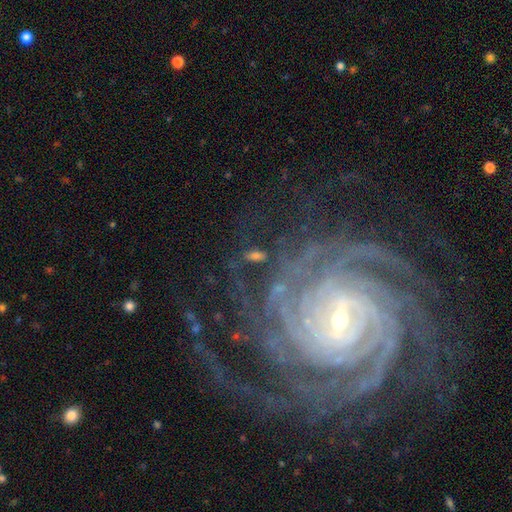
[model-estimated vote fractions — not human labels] smooth_or_featured: featured or disk (p=0.56) [alt: smooth p=0.26]
disk_edge_on: no (p=0.91) [alt: yes p=0.09]
bar: no (p=0.42) [alt: weak p=0.32]
has_spiral_arms: yes (p=0.85) [alt: no p=0.15]
bulge_size: small (p=0.54) [alt: moderate p=0.31]
merging: none (p=0.66) [alt: minor disturbance p=0.17]